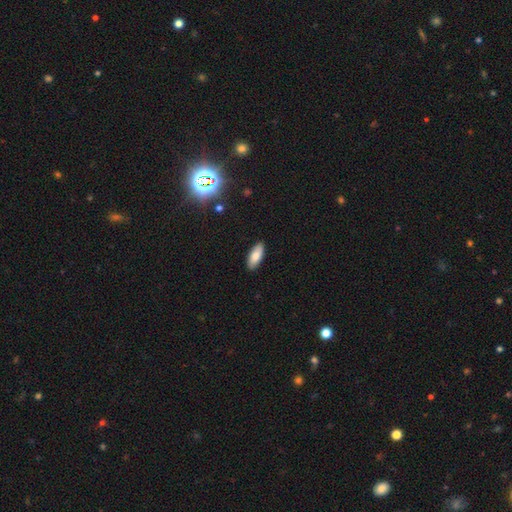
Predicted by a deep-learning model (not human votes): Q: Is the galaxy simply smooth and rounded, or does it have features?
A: smooth — 82%.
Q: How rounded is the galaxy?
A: in between — 82%.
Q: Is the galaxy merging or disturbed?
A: none — 89%.